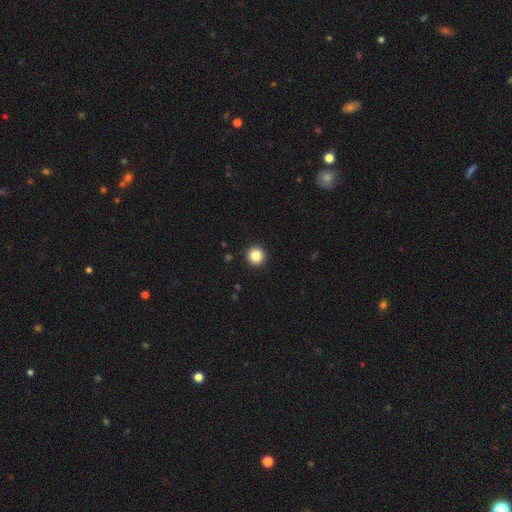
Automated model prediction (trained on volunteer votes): Overall: smooth (85%). How rounded: round (95%). Merging: none (93%).